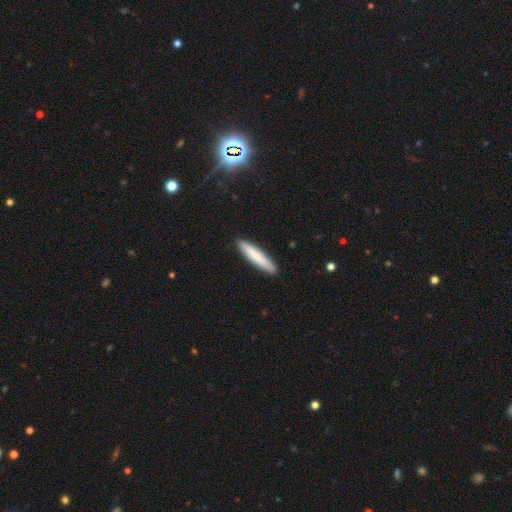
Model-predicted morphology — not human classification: type=smooth (78%); roundness=cigar-shaped (91%); merging=none (91%).